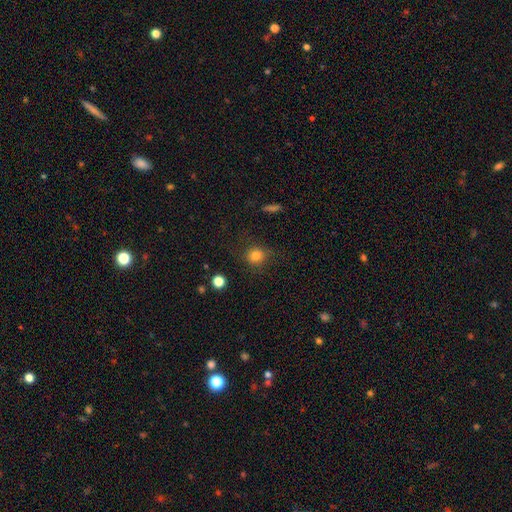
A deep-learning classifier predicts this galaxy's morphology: The model was most divided on "smooth or featured": smooth: 80%, star or artifact: 13%, featured or disk: 7%. More confident: how rounded — round (88%); merging — none (81%).